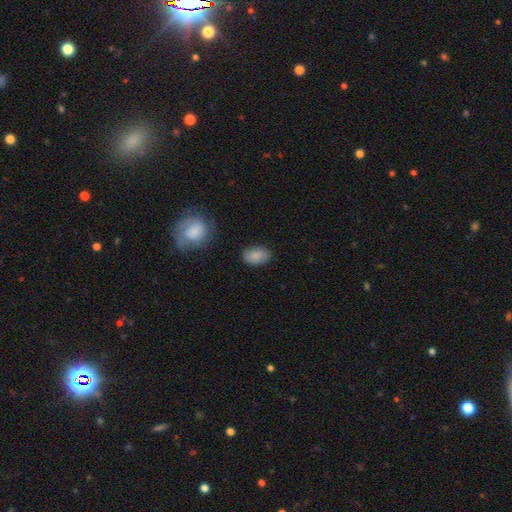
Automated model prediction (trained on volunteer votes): The model was most divided on "merging": none: 83%, minor disturbance: 13%, major disturbance: 3%, merger: 2%. More confident: how rounded — in between (89%); smooth or featured — smooth (86%).